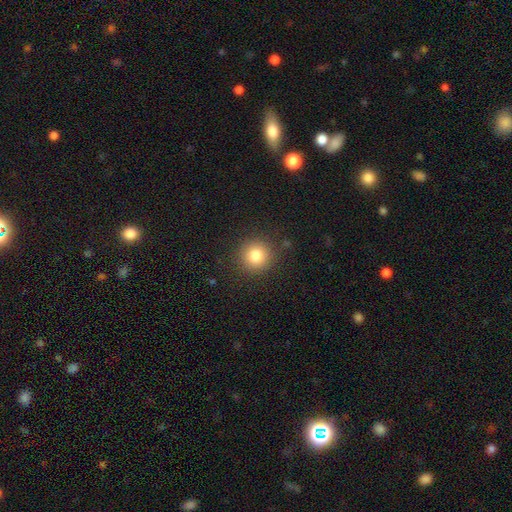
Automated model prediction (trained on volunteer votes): Smooth or featured? Predicted: smooth (p=0.82). How rounded? Predicted: round (p=0.94). Merging? Predicted: none (p=0.89).